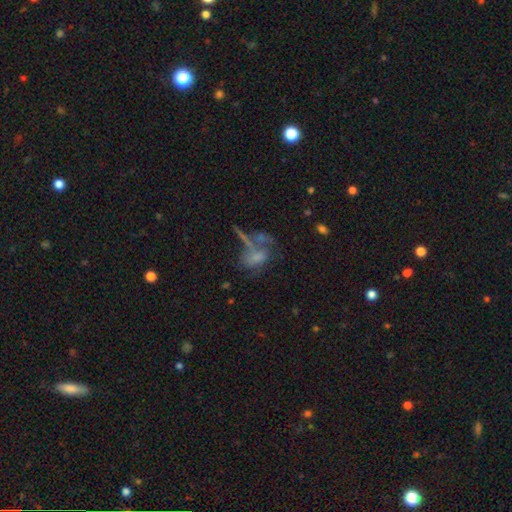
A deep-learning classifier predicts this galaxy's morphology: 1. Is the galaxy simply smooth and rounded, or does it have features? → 56% smooth, 28% featured or disk, 16% star or artifact.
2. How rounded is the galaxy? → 78% in between, 13% round, 8% cigar-shaped.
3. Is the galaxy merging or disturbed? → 33% merger, 31% none, 21% major disturbance, 15% minor disturbance.